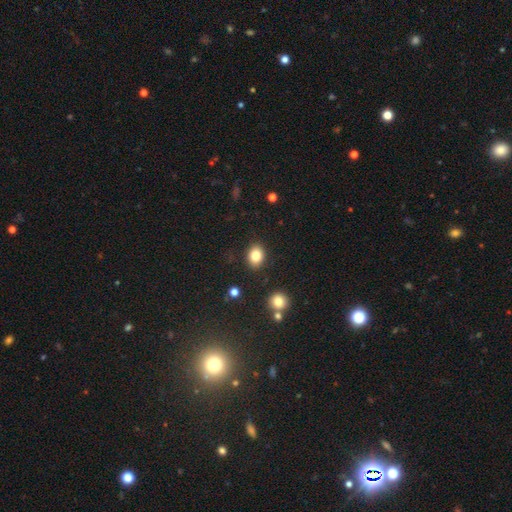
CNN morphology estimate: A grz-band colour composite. It shows a smooth galaxy with no disk features (83%) that is in between round and cigar-shaped (58%). Merging: none (87%).